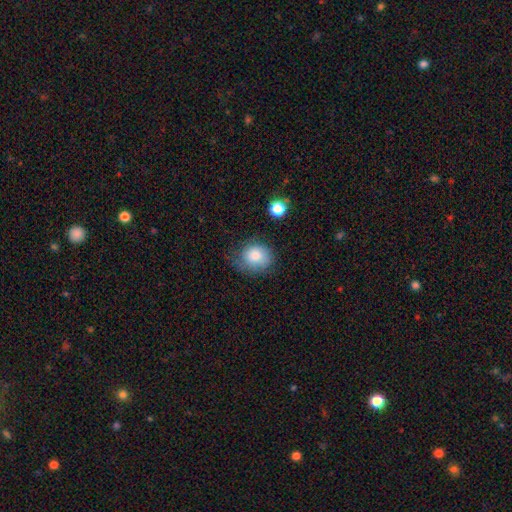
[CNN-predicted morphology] Q: Smooth or featured?
A: smooth (81%); runner-up: featured or disk (10%)
Q: How rounded?
A: round (71%); runner-up: in between (28%)
Q: Merging?
A: none (58%); runner-up: minor disturbance (29%)